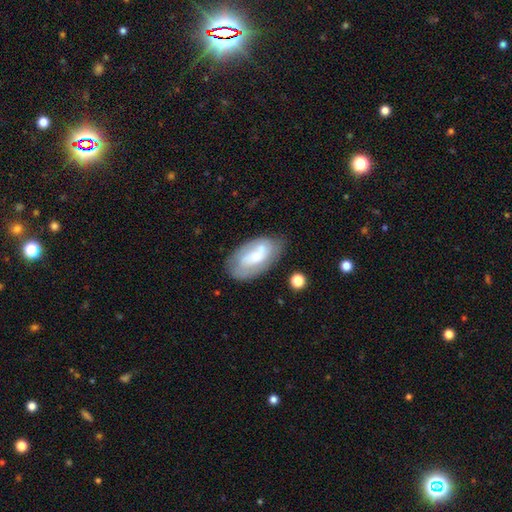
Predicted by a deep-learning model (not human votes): Smooth or featured? Predicted: smooth (p=0.47). Merging? Predicted: none (p=0.60).